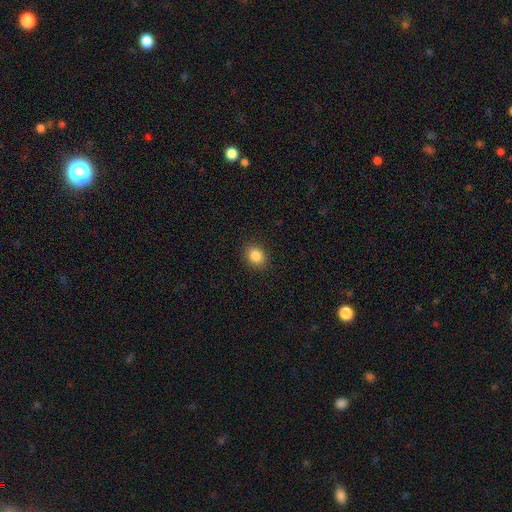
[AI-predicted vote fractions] Smooth or featured? Predicted: smooth (p=0.86). How rounded? Predicted: round (p=0.62). Merging? Predicted: none (p=0.90).